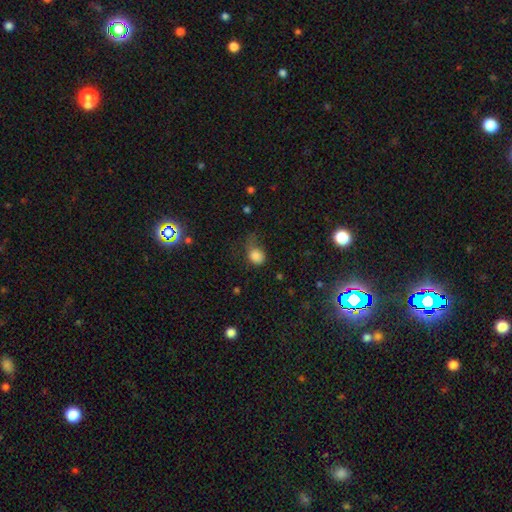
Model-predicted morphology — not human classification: Smooth or featured?
  - smooth: 82% *
  - star or artifact: 11%
  - featured or disk: 8%
How rounded?
  - round: 58% *
  - in between: 40%
  - cigar-shaped: 1%
Merging?
  - major disturbance: 35% *
  - minor disturbance: 31%
  - none: 30%
  - merger: 3%